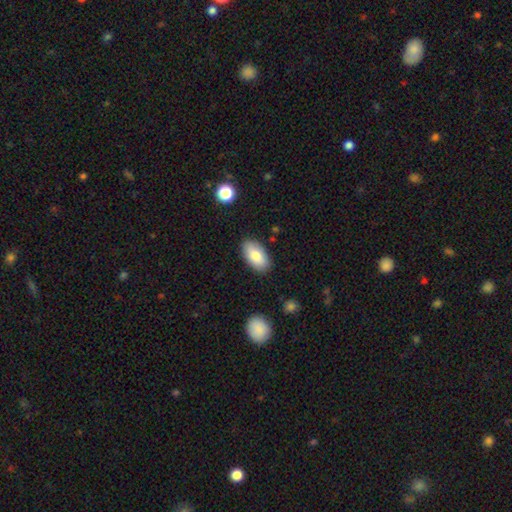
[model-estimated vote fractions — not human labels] Smooth or featured? smooth (82%)
How rounded? in between (94%)
Merging? none (86%)